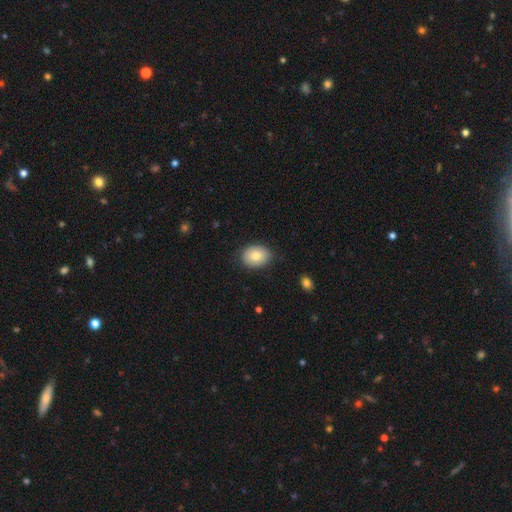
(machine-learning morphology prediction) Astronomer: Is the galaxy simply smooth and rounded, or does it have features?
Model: smooth — 81%.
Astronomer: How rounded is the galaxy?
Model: in between — 64%.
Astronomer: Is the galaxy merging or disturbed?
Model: none — 85%.